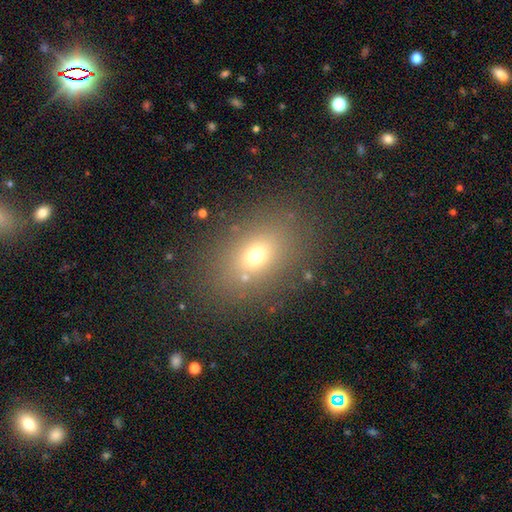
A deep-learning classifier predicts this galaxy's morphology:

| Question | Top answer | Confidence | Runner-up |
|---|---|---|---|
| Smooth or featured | smooth | 66% | star or artifact (19%) |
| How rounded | in between | 70% | round (27%) |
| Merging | none | 82% | minor disturbance (9%) |